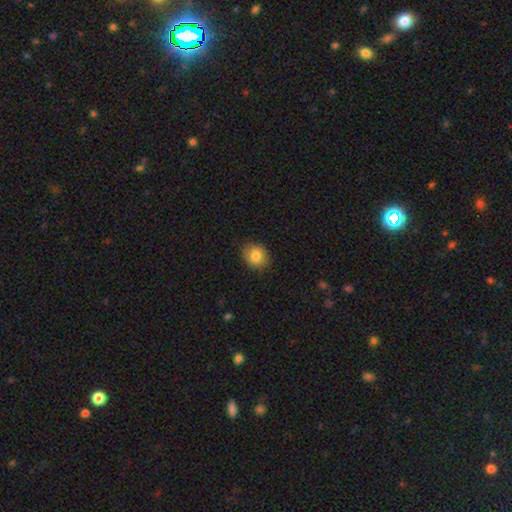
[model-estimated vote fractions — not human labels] Smooth or featured: smooth — 83% (star or artifact — 9%)
How rounded: round — 69% (in between — 30%)
Merging: none — 86% (minor disturbance — 11%)